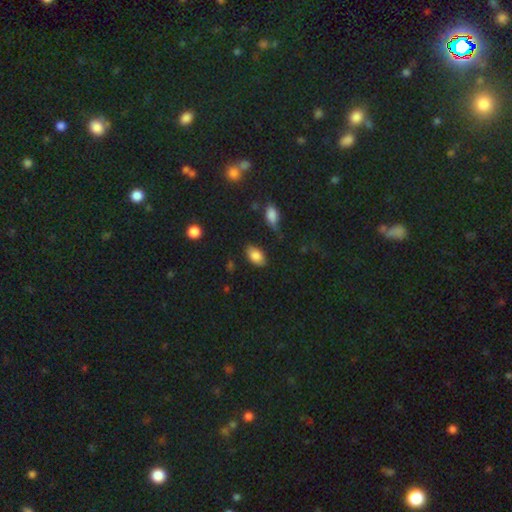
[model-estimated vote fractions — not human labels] A smooth galaxy with no disk features (83%) that is in between round and cigar-shaped (92%).

Vote fractions:
- Smooth or featured? smooth: 83% / featured or disk: 9% / star or artifact: 8%
- How rounded? in between: 92% / round: 6% / cigar-shaped: 2%
- Merging? none: 79% / minor disturbance: 15% / major disturbance: 4% / merger: 2%